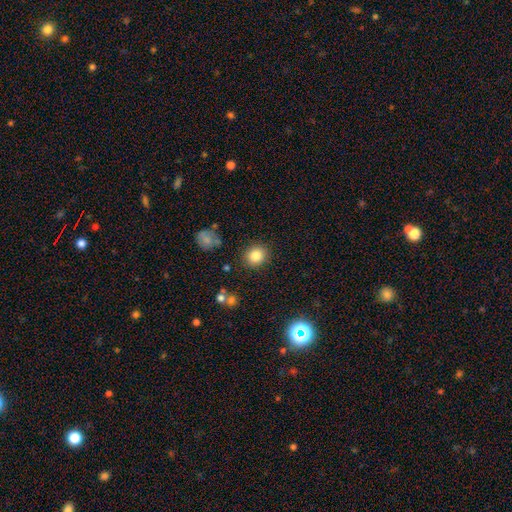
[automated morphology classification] This is clearly a smooth galaxy (83%). How rounded: clearly round (81%). Merging: clearly none (88%).